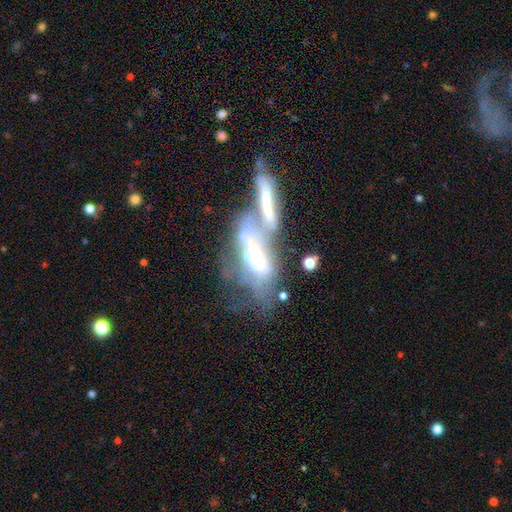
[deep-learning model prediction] Smooth or featured?
  - featured or disk: 61% *
  - smooth: 27%
  - star or artifact: 12%
Edge-on disk?
  - no: 83% *
  - yes: 17%
Merging?
  - merger: 57% *
  - major disturbance: 23%
  - none: 11%
  - minor disturbance: 8%